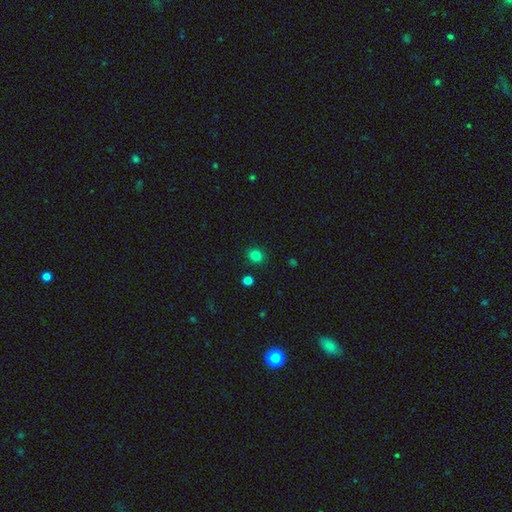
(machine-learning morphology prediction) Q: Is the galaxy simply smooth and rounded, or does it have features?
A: smooth — 82%.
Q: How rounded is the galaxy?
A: round — 74%.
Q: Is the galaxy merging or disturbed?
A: none — 88%.